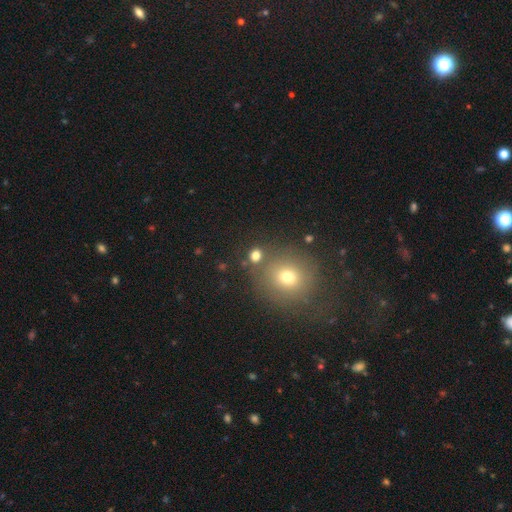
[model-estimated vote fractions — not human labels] Q: Smooth or featured?
A: smooth (73%); runner-up: star or artifact (19%)
Q: How rounded?
A: round (83%); runner-up: in between (15%)
Q: Merging?
A: none (75%); runner-up: merger (13%)